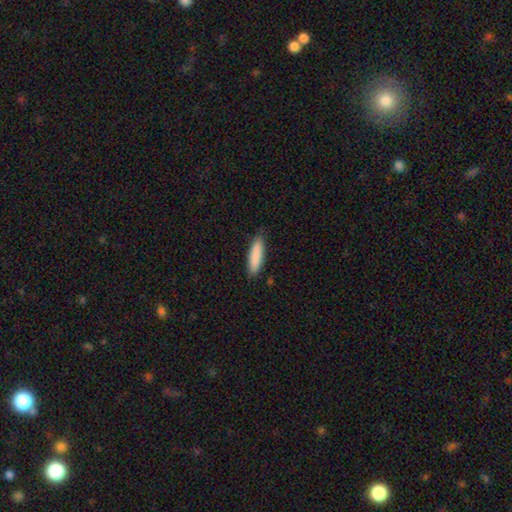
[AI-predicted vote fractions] Q: Smooth or featured?
A: smooth (88%); runner-up: featured or disk (7%)
Q: How rounded?
A: cigar-shaped (66%); runner-up: in between (32%)
Q: Merging?
A: none (86%); runner-up: minor disturbance (11%)